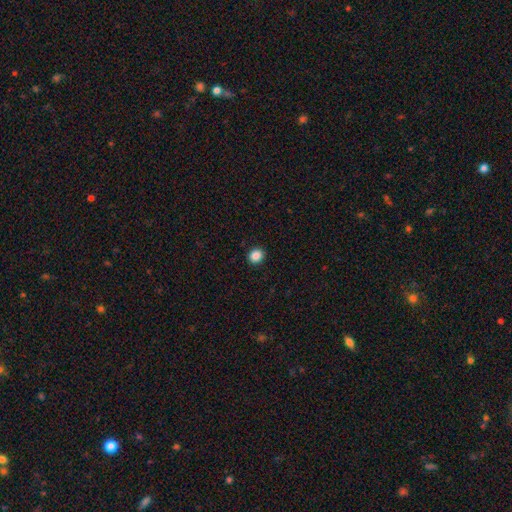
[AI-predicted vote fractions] Smooth or featured? Predicted: smooth (p=0.87). How rounded? Predicted: round (p=0.81). Merging? Predicted: none (p=0.92).